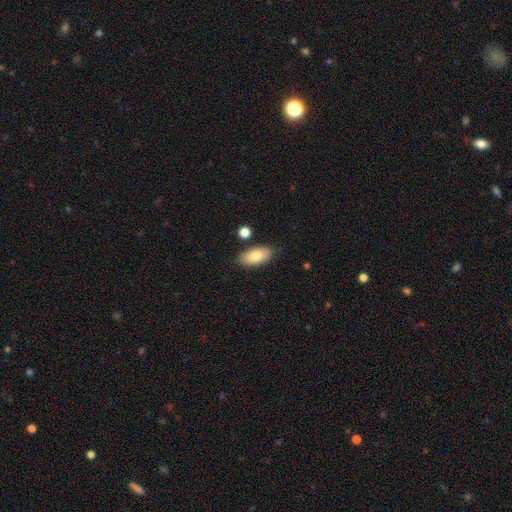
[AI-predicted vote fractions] smooth-or-featured: smooth: 81% | featured or disk: 13% | star or artifact: 7%
  how-rounded: in between: 92% | cigar-shaped: 5% | round: 3%
  merging: none: 82% | minor disturbance: 11% | merger: 4% | major disturbance: 2%